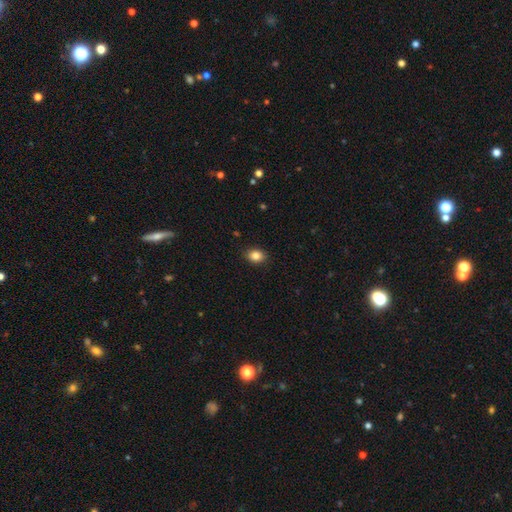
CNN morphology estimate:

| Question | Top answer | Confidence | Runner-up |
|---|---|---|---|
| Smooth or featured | smooth | 85% | star or artifact (9%) |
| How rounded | in between | 60% | round (39%) |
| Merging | none | 90% | minor disturbance (8%) |